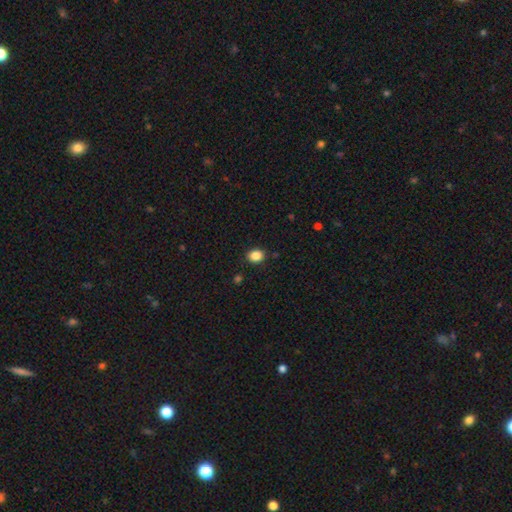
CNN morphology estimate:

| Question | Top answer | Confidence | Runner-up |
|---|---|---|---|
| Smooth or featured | smooth | 86% | star or artifact (10%) |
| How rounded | round | 53% | in between (46%) |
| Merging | none | 88% | minor disturbance (8%) |